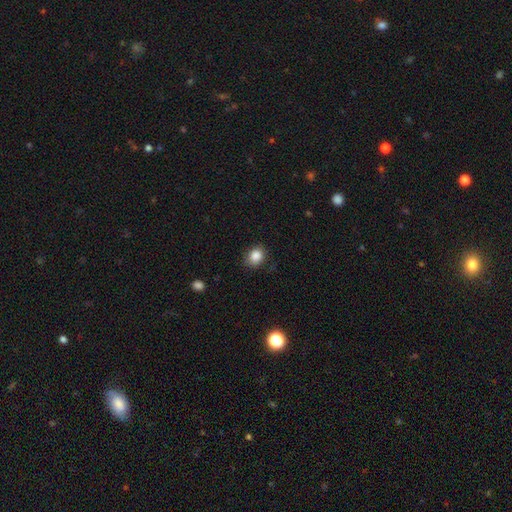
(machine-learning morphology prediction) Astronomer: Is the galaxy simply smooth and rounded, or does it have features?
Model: smooth — 86%.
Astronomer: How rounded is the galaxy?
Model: round — 55% (runner-up: in between, 44%).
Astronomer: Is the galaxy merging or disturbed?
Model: none — 80%.